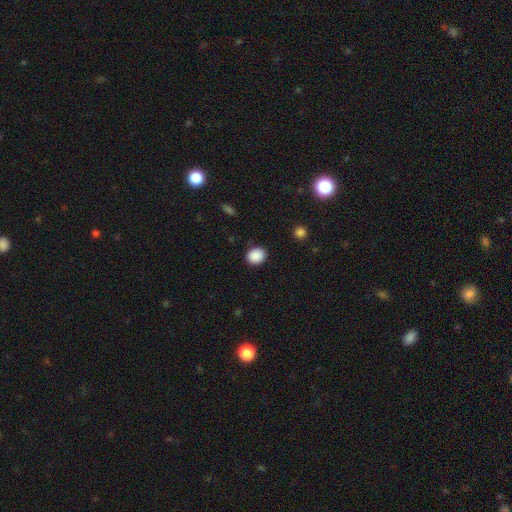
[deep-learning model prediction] A smooth galaxy with no disk features (89%) that is round (58%). Merging: none (88%).